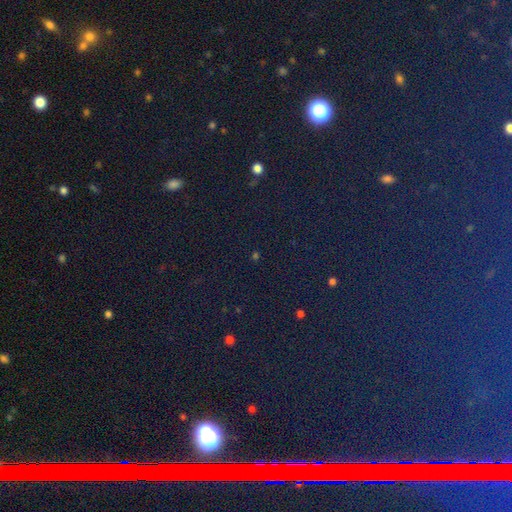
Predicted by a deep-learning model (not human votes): Smooth or featured? star or artifact (83%)